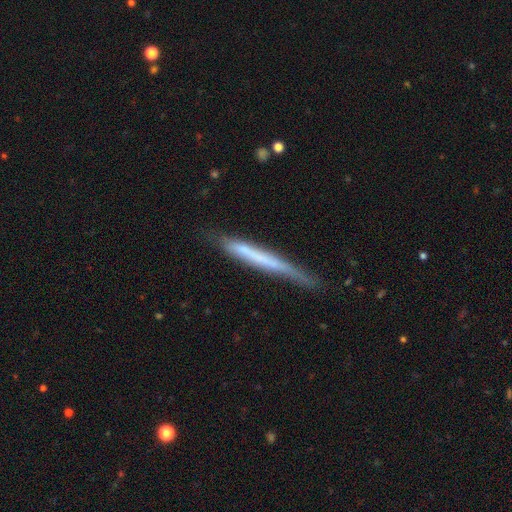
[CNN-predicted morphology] A smooth galaxy with no disk features (48%). Merging: none (68%).